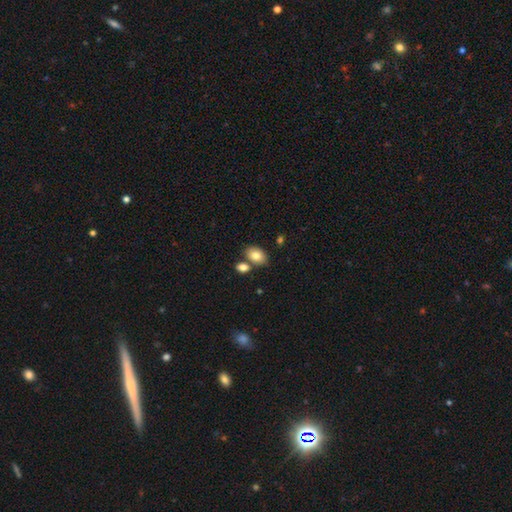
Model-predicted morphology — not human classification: Smooth or featured: smooth — 82% (featured or disk — 10%)
How rounded: in between — 83% (round — 16%)
Merging: none — 65% (merger — 20%)